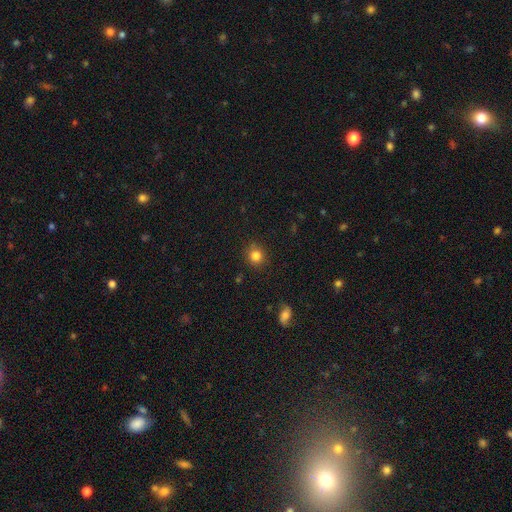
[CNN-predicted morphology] A smooth galaxy with no disk features (83%) that is round (88%).

Vote fractions:
- Smooth or featured? smooth: 83% / star or artifact: 12% / featured or disk: 5%
- How rounded? round: 88% / in between: 11% / cigar-shaped: 1%
- Merging? none: 86% / minor disturbance: 10% / major disturbance: 3% / merger: 2%